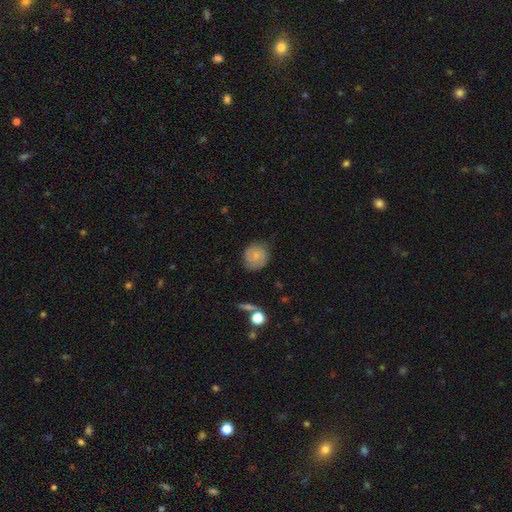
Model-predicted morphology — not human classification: A smooth galaxy with no disk features (63%) that is round (84%). Merging: none (72%).